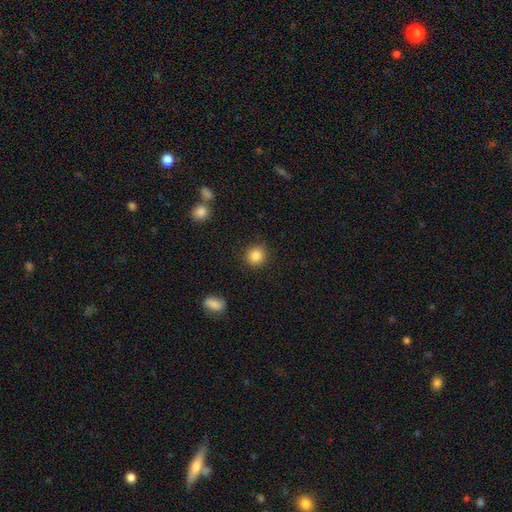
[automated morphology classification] smooth 86%, star or artifact 10%, featured or disk 4%. Down the decision tree: how rounded — round (89%); merging — none (87%).